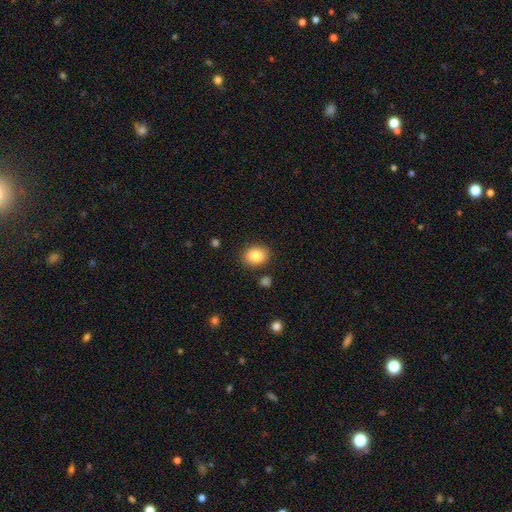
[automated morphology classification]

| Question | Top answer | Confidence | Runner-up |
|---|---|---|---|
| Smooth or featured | smooth | 85% | star or artifact (9%) |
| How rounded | round | 51% | in between (48%) |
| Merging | none | 85% | minor disturbance (9%) |